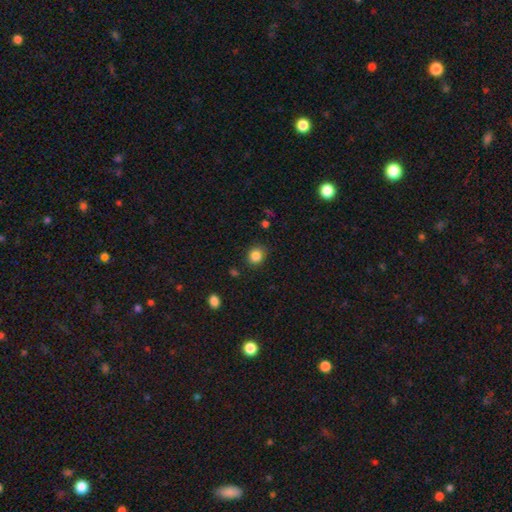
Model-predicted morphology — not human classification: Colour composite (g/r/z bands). It shows a smooth galaxy with no disk features (85%) that is round (75%). Merging: none (85%).